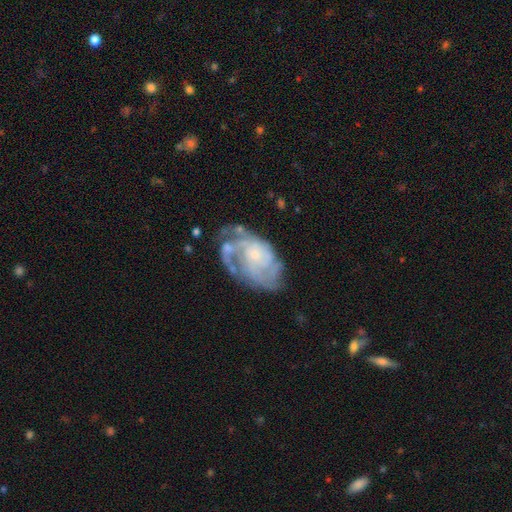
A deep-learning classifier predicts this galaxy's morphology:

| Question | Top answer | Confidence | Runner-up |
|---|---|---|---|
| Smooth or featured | featured or disk | 81% | smooth (12%) |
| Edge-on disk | no | 97% | yes (3%) |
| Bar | no | 76% | weak (21%) |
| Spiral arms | yes | 88% | no (12%) |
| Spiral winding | tight | 54% | medium (34%) |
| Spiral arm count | can't tell | 40% | 3 (19%) |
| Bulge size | small | 69% | moderate (20%) |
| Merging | none | 51% | minor disturbance (25%) |